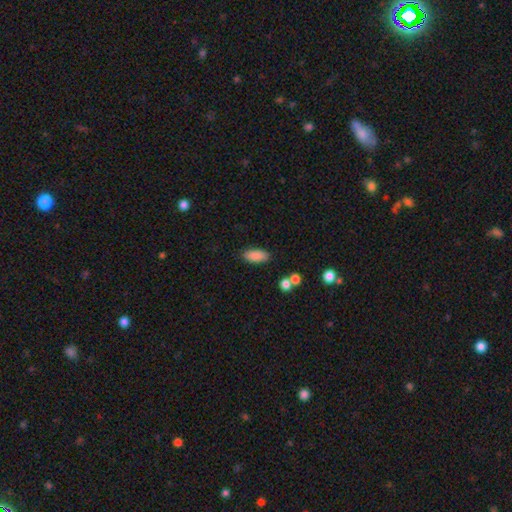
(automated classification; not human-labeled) Smooth or featured: smooth — 87% (star or artifact — 7%)
How rounded: in between — 83% (cigar-shaped — 14%)
Merging: none — 85% (minor disturbance — 9%)